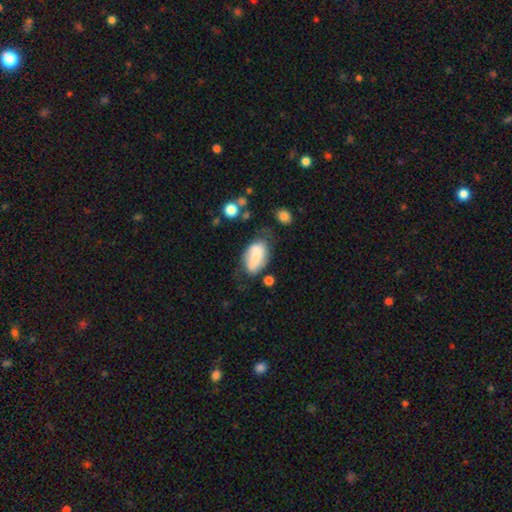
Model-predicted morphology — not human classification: Smooth or featured: smooth — 65% (featured or disk — 27%)
How rounded: in between — 91% (round — 6%)
Merging: none — 52% (minor disturbance — 29%)